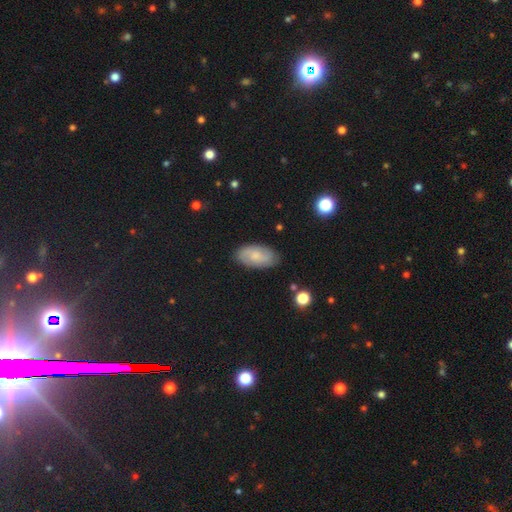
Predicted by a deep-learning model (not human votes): Morphology: type=smooth (49%); merging=none (83%).